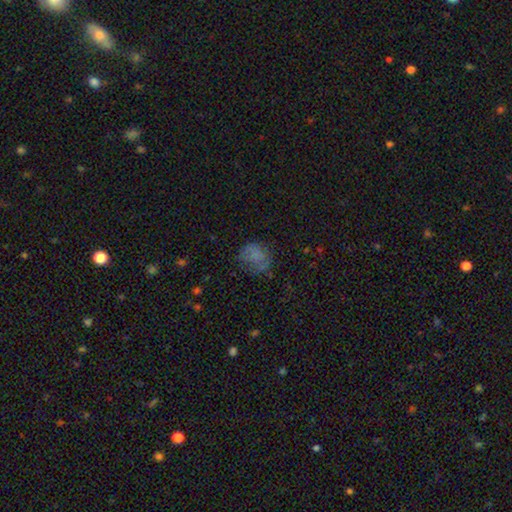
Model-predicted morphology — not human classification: A smooth galaxy with no disk features (63%) that is round (60%). Merging: none (53%).